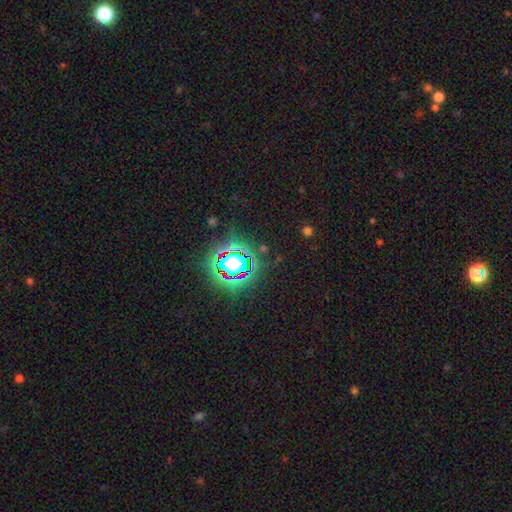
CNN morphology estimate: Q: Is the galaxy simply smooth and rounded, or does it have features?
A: star or artifact — 83%.